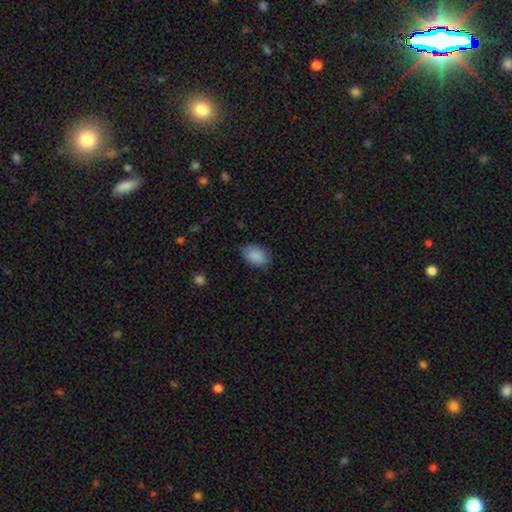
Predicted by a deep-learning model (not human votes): Smooth or featured?
  - smooth: 88% *
  - star or artifact: 7%
  - featured or disk: 5%
How rounded?
  - in between: 84% *
  - round: 15%
  - cigar-shaped: 1%
Merging?
  - none: 77% *
  - minor disturbance: 18%
  - major disturbance: 4%
  - merger: 1%